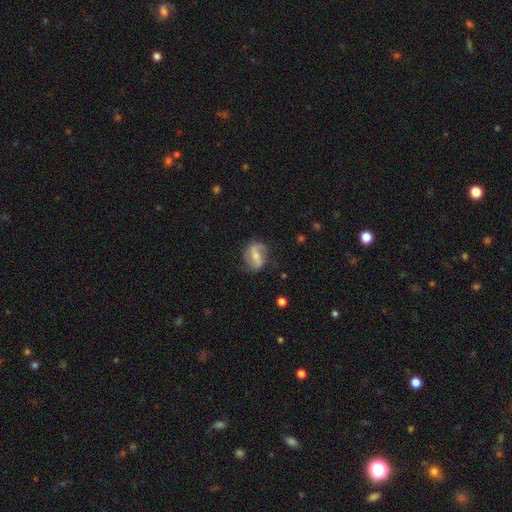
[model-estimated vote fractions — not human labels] Smooth or featured: featured or disk — 70% (smooth — 23%)
Edge-on disk: no — 94% (yes — 6%)
Bar: strong — 48% (weak — 34%)
Spiral arms: yes — 84% (no — 16%)
Spiral winding: loose — 51% (medium — 33%)
Spiral arm count: 2 — 84% (can't tell — 8%)
Bulge size: small — 50% (moderate — 42%)
Merging: none — 71% (minor disturbance — 20%)